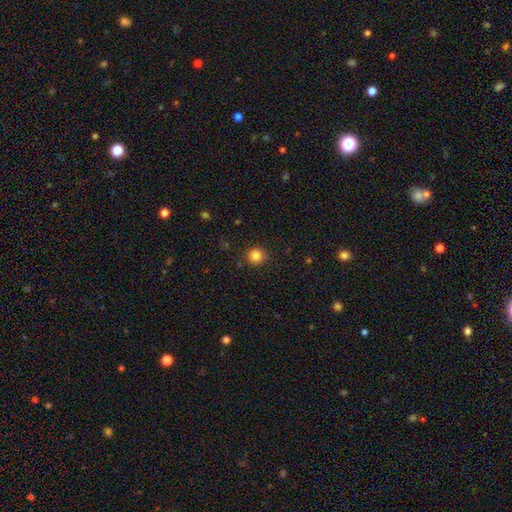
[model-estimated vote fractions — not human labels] smooth_or_featured: smooth (p=0.84) [alt: star or artifact p=0.11]
how_rounded: round (p=0.93) [alt: in between p=0.06]
merging: none (p=0.90) [alt: minor disturbance p=0.07]